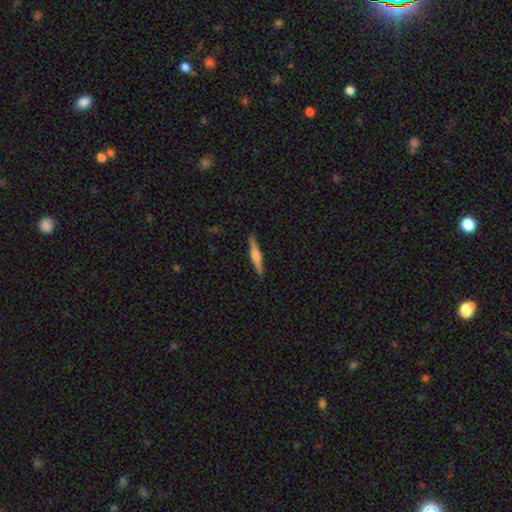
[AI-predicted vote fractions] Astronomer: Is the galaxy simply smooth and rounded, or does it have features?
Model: featured or disk — 57% (runner-up: smooth, 38%).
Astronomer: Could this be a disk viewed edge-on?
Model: yes — 98%.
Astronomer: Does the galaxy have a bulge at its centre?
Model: rounded — 82%.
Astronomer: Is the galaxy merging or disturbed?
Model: none — 91%.